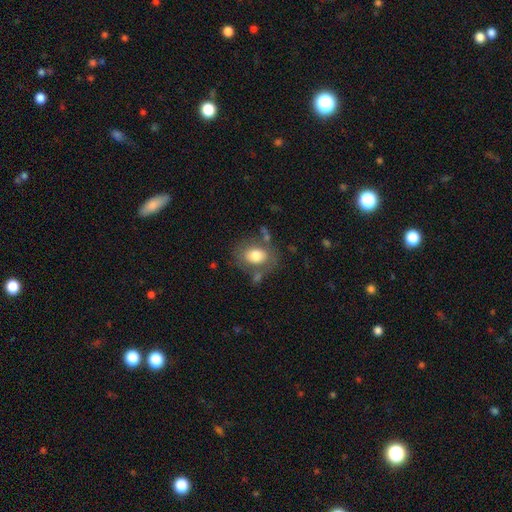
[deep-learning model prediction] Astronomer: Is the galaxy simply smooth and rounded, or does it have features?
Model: smooth — 72%.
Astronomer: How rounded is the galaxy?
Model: in between — 62%.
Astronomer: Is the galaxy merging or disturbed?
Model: none — 62%.